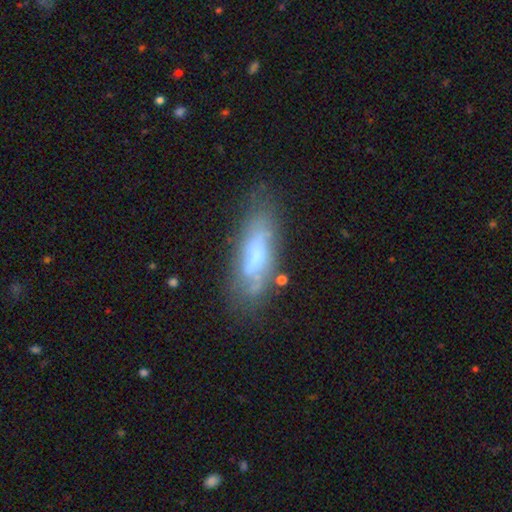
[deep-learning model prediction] Smooth or featured? Predicted: smooth (p=0.46, tied with featured or disk). Merging? Predicted: none (p=0.63).